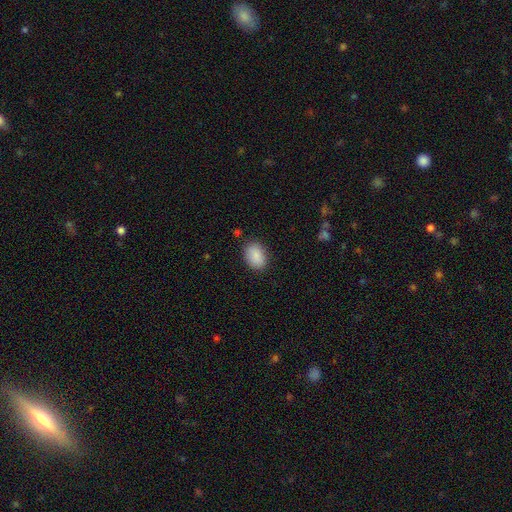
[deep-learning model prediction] Smooth or featured? smooth (89%)
How rounded? in between (82%)
Merging? none (85%)